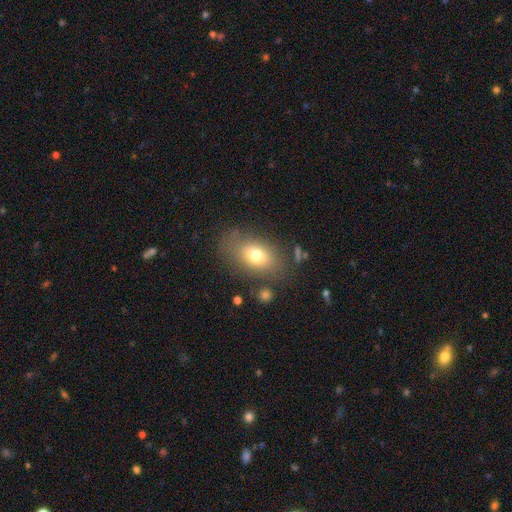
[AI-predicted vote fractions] Q: Smooth or featured?
A: smooth (73%); runner-up: featured or disk (17%)
Q: How rounded?
A: in between (82%); runner-up: round (16%)
Q: Merging?
A: none (71%); runner-up: minor disturbance (17%)